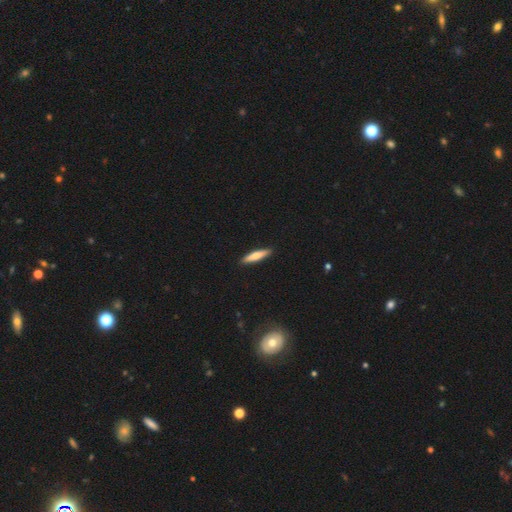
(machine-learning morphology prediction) This is likely a smooth galaxy (65%). How rounded: clearly cigar-shaped (84%). Merging: clearly none (91%).